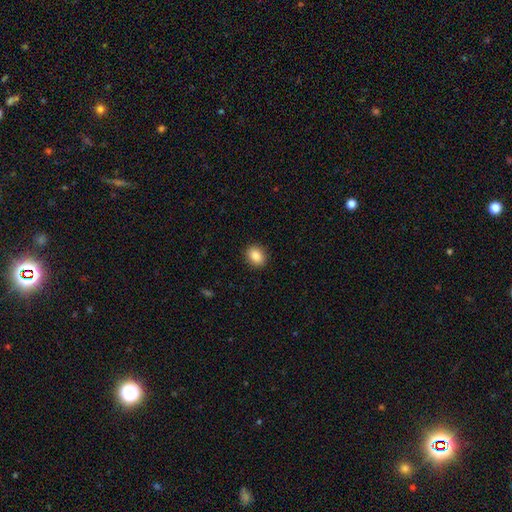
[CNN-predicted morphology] smooth_or_featured: smooth (p=0.87) [alt: star or artifact p=0.08]
how_rounded: in between (p=0.59) [alt: round p=0.40]
merging: none (p=0.90) [alt: minor disturbance p=0.07]